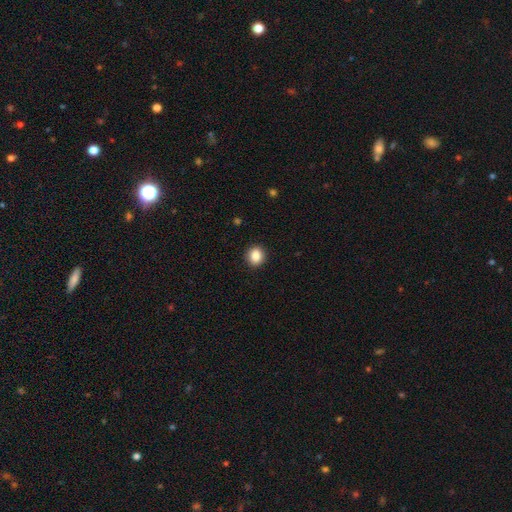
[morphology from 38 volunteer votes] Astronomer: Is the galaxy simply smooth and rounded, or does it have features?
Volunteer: smooth — 95%.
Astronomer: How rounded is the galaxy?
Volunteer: round — 75%.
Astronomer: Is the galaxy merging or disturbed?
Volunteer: none — 86%.